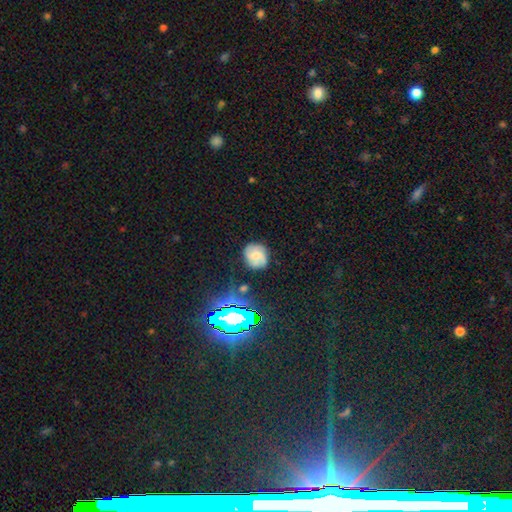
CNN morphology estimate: Smooth or featured: featured or disk — 49% (smooth — 39%)
Merging: none — 77% (minor disturbance — 16%)